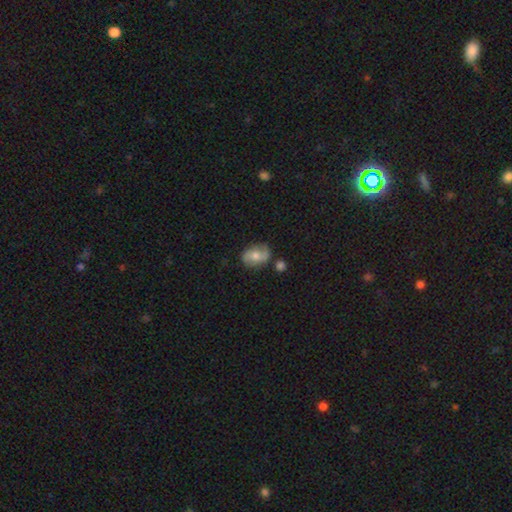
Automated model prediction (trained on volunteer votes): Smooth or featured? Predicted: smooth (p=0.46, tied with featured or disk). Merging? Predicted: none (p=0.70).